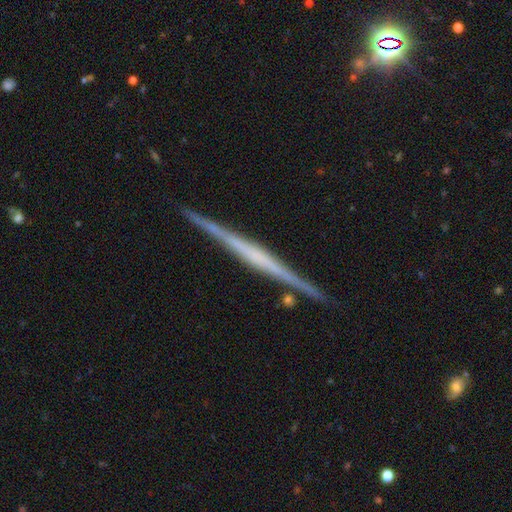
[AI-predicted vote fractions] A featured or disk galaxy (79%) viewed edge-on (98%) with no central bulge (54%).

Vote fractions:
- Smooth or featured? featured or disk: 79% / smooth: 15% / star or artifact: 6%
- Edge-on disk? yes: 98% / no: 2%
- Edge-on bulge? none: 54% / rounded: 25% / boxy: 21%
- Merging? none: 90% / minor disturbance: 7% / merger: 2% / major disturbance: 1%